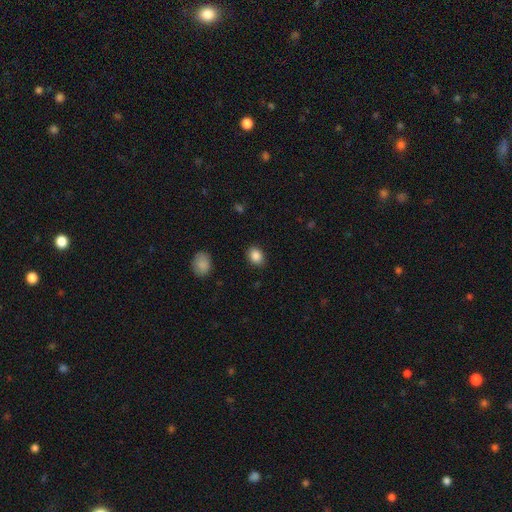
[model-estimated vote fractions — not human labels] Overall: smooth (87%). How rounded: in between (60%; round 39%). Merging: none (87%).